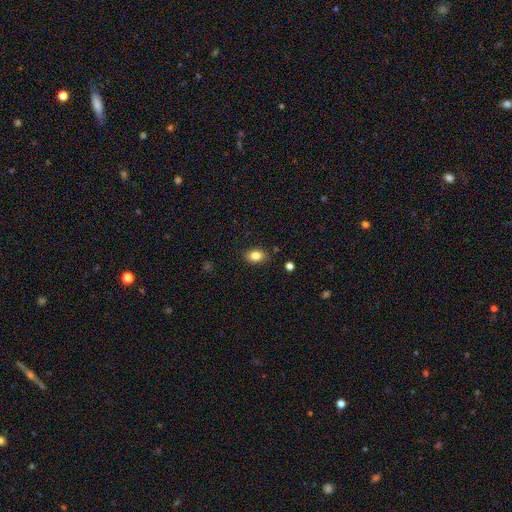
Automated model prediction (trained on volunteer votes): A smooth galaxy with no disk features (83%) that is in between round and cigar-shaped (76%).

Vote fractions:
- Smooth or featured? smooth: 83% / star or artifact: 9% / featured or disk: 7%
- How rounded? in between: 76% / round: 23% / cigar-shaped: 1%
- Merging? none: 86% / minor disturbance: 10% / major disturbance: 2% / merger: 2%